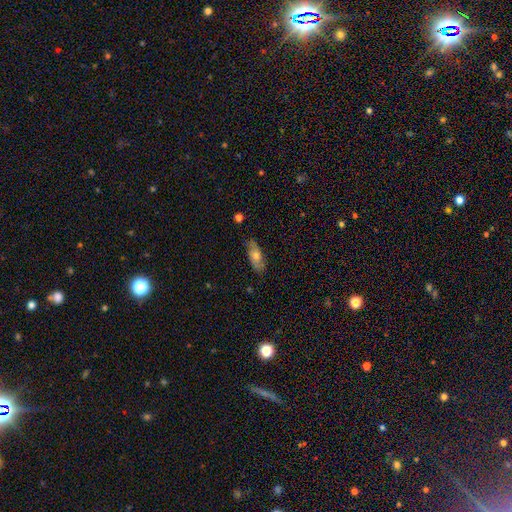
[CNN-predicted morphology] Smooth or featured?
  - smooth: 60% *
  - featured or disk: 33%
  - star or artifact: 7%
How rounded?
  - in between: 69% *
  - cigar-shaped: 28%
  - round: 3%
Merging?
  - none: 80% *
  - minor disturbance: 15%
  - major disturbance: 3%
  - merger: 1%